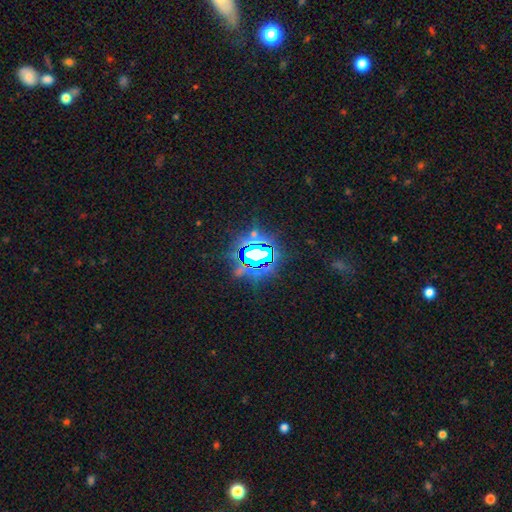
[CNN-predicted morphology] Smooth or featured: star or artifact — 76% (smooth — 13%)